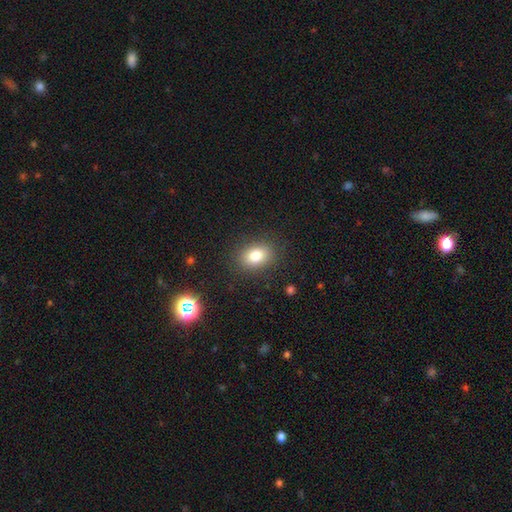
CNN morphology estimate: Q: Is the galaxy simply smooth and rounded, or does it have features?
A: smooth — 81%.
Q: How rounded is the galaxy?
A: in between — 72%.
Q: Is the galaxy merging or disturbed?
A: none — 86%.